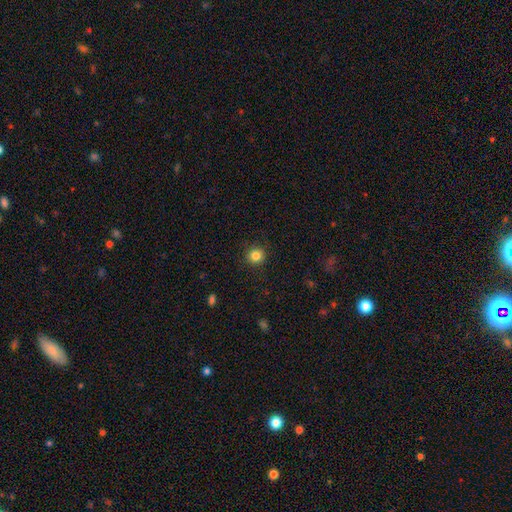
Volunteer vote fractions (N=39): Smooth or featured? smooth (92%)
How rounded? round (97%)
Merging? none (89%)